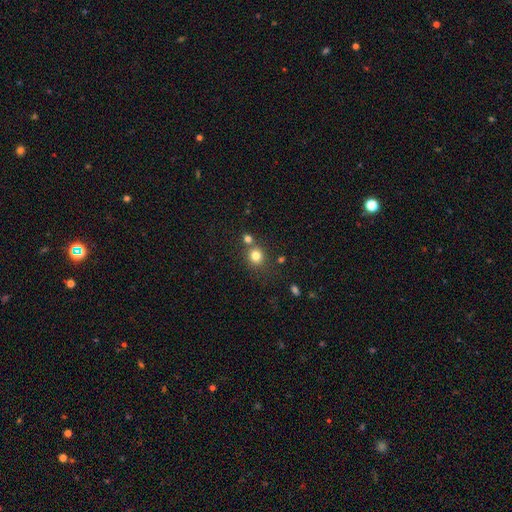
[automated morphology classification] Smooth or featured?
  - smooth: 80% *
  - star or artifact: 13%
  - featured or disk: 7%
How rounded?
  - round: 83% *
  - in between: 16%
  - cigar-shaped: 1%
Merging?
  - none: 64% *
  - merger: 23%
  - minor disturbance: 9%
  - major disturbance: 3%